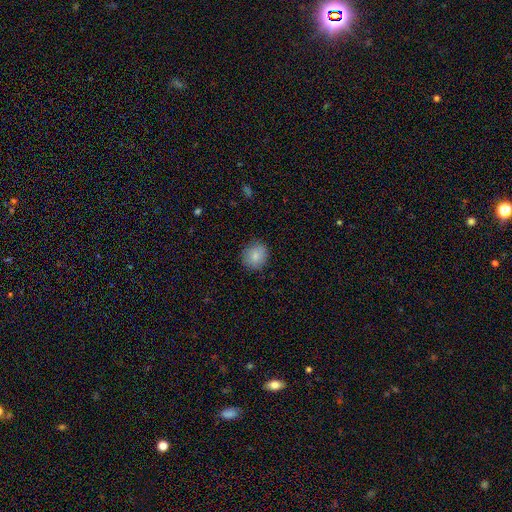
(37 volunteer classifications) Morphology: type=smooth (81%); roundness=round (57%); merging=none (86%).